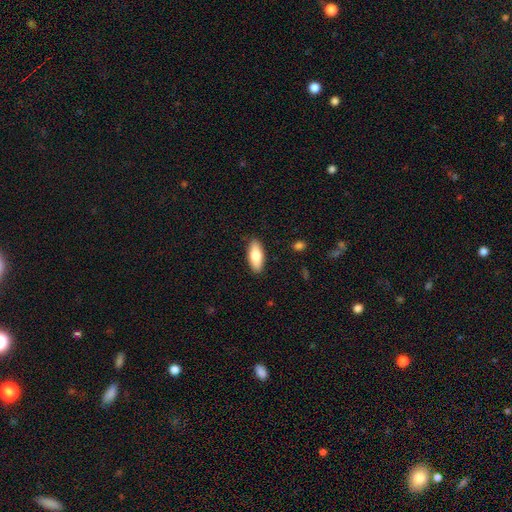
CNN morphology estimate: type=smooth (77%); roundness=in between (75%); merging=none (89%).